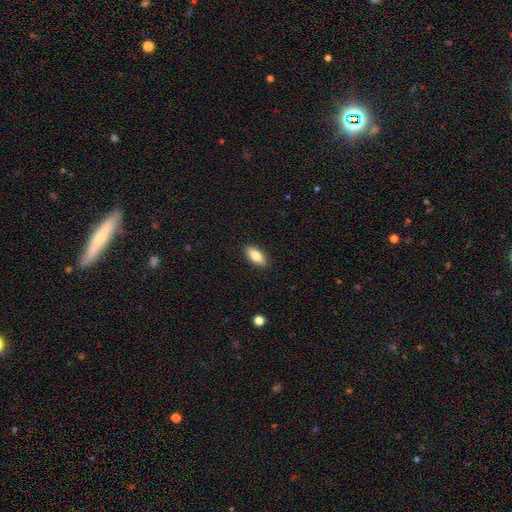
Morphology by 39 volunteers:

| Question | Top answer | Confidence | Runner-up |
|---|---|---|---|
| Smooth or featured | smooth | 82% | featured or disk (13%) |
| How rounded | in between | 84% | cigar-shaped (16%) |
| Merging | none | 86% | minor disturbance (14%) |